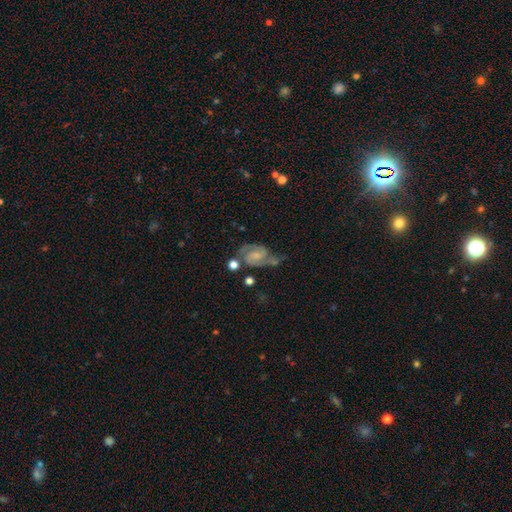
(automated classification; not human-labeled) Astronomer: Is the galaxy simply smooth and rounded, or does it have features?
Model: featured or disk — 78%.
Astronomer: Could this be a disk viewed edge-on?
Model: no — 97%.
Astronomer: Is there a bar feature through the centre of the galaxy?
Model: no — 45% (runner-up: weak, 44%).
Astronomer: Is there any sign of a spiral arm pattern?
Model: yes — 94%.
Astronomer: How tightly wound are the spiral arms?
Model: medium — 51% (runner-up: tight, 29%).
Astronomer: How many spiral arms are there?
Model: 2 — 87%.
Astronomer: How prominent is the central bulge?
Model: small — 39% (runner-up: moderate, 28%).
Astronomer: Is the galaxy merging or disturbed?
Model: none — 44% (runner-up: minor disturbance, 23%).